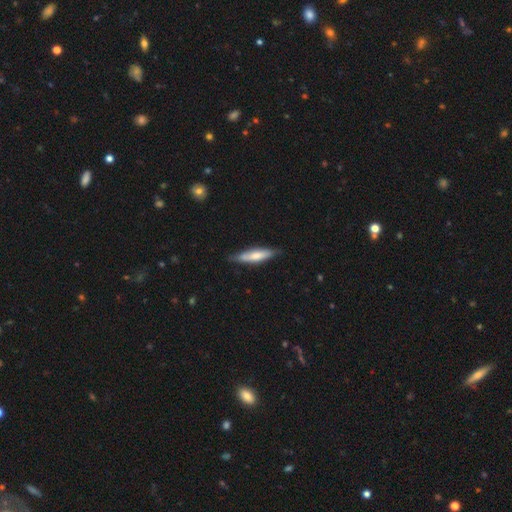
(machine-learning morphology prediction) A smooth galaxy with no disk features (61%) that is cigar-shaped (75%). Merging: none (76%).